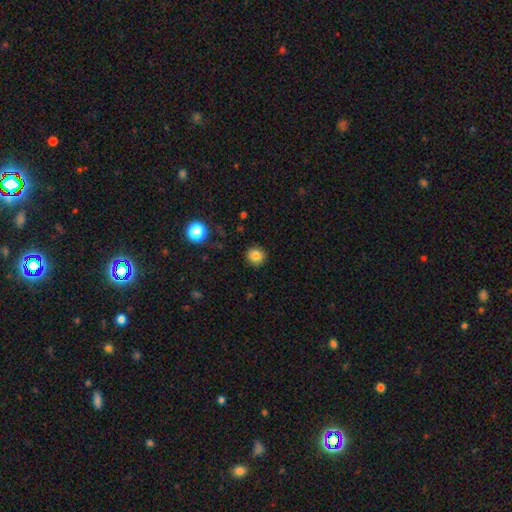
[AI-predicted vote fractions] Q: Smooth or featured?
A: smooth (83%); runner-up: star or artifact (12%)
Q: How rounded?
A: round (93%); runner-up: in between (6%)
Q: Merging?
A: none (91%); runner-up: minor disturbance (6%)